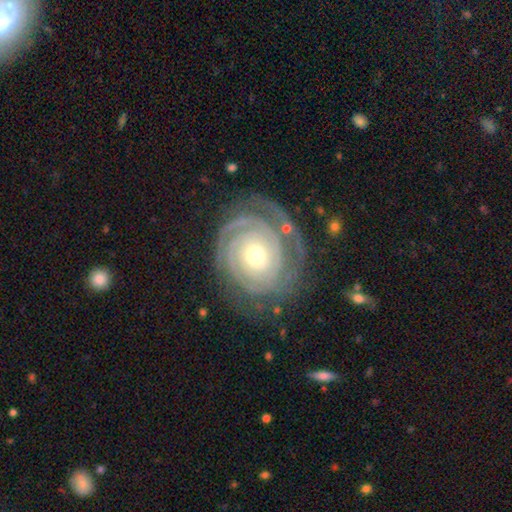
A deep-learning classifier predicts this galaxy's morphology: smooth_or_featured: featured or disk (p=0.90) [alt: smooth p=0.06]
disk_edge_on: no (p=0.97) [alt: yes p=0.03]
bar: no (p=0.76) [alt: weak p=0.17]
has_spiral_arms: yes (p=0.98) [alt: no p=0.02]
spiral_winding: tight (p=0.85) [alt: medium p=0.12]
spiral_arm_count: 2 (p=0.35) [alt: 3 p=0.22]
bulge_size: moderate (p=0.58) [alt: small p=0.35]
merging: none (p=0.76) [alt: minor disturbance p=0.15]